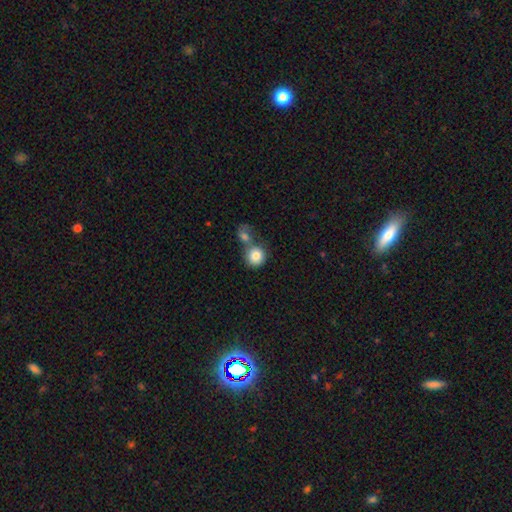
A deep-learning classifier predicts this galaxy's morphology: The model was most divided on "merging": merger: 45%, none: 42%, minor disturbance: 9%, major disturbance: 4%. More confident: how rounded — round (86%); smooth or featured — smooth (83%).